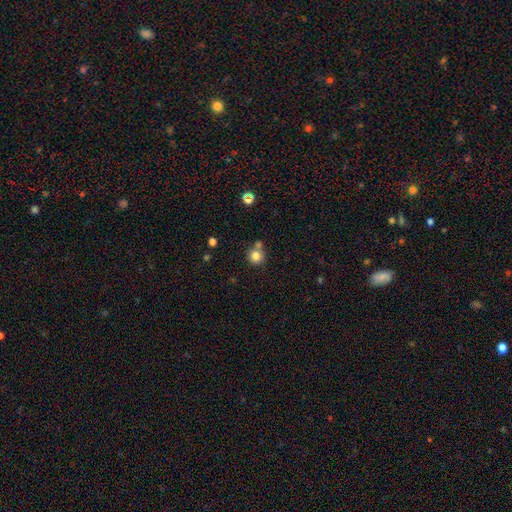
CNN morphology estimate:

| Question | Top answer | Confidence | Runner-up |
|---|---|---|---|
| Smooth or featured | smooth | 81% | star or artifact (12%) |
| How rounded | round | 92% | in between (7%) |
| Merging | none | 66% | merger (22%) |